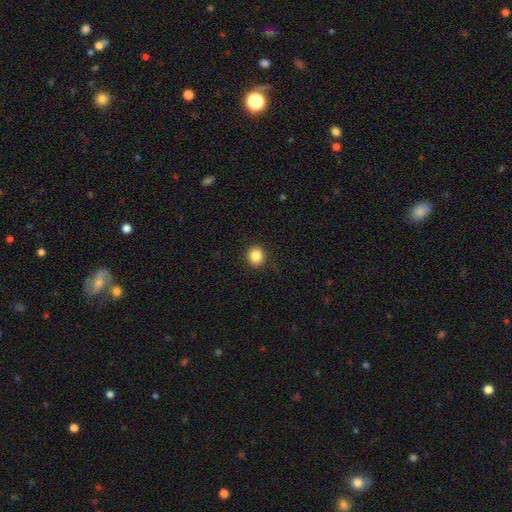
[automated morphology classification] smooth 85%, star or artifact 10%, featured or disk 5%. Down the decision tree: how rounded — round (91%); merging — none (90%).